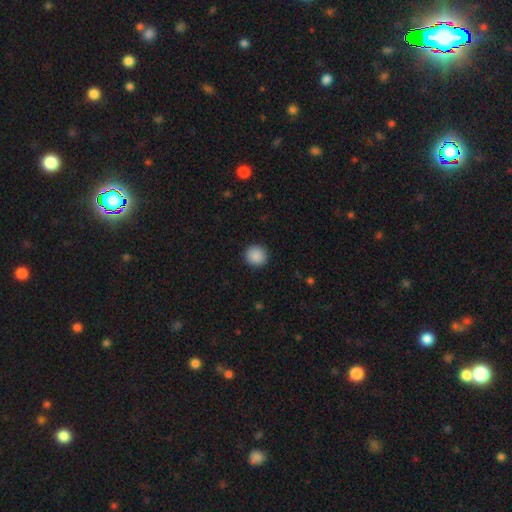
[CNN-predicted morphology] smooth 90%, star or artifact 8%, featured or disk 2%. Down the decision tree: how rounded — round (91%); merging — none (92%).